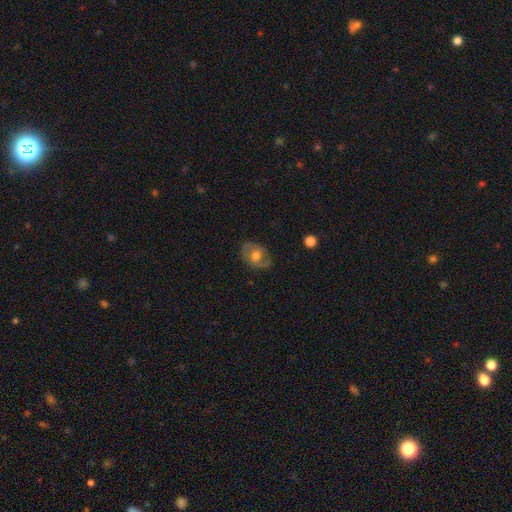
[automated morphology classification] This is possibly a featured or disk galaxy (47%). Merging: likely none (73%).